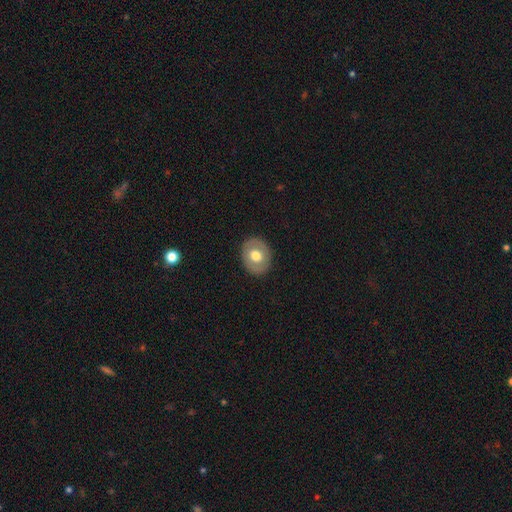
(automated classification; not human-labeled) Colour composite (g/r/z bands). It shows a smooth galaxy with no disk features (59%) that is round (54%). Merging: none (88%).